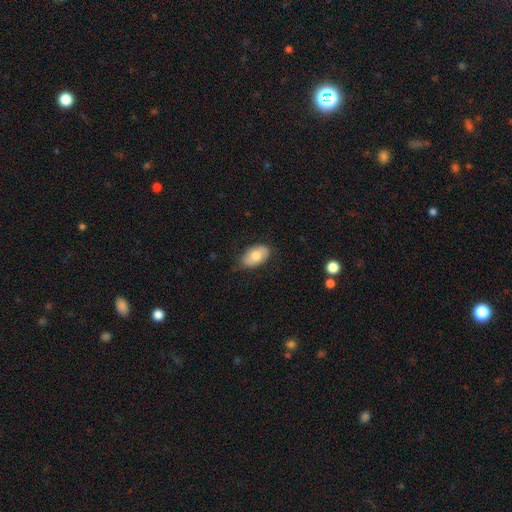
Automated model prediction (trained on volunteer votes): smooth_or_featured: smooth (p=0.76) [alt: featured or disk p=0.17]
how_rounded: in between (p=0.93) [alt: round p=0.05]
merging: none (p=0.76) [alt: minor disturbance p=0.20]